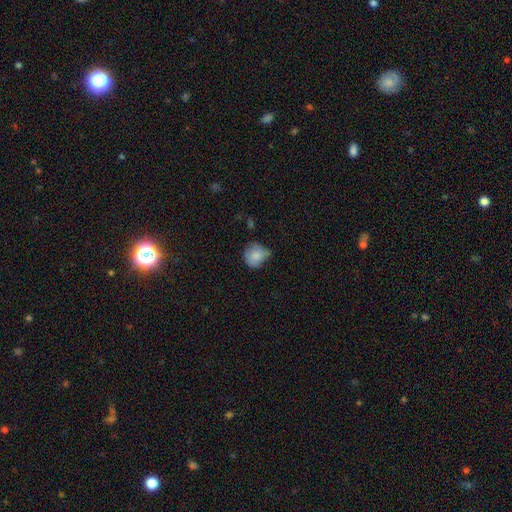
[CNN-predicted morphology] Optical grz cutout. It shows a smooth galaxy with no disk features (81%) that is round (79%). Merging: none (46%).